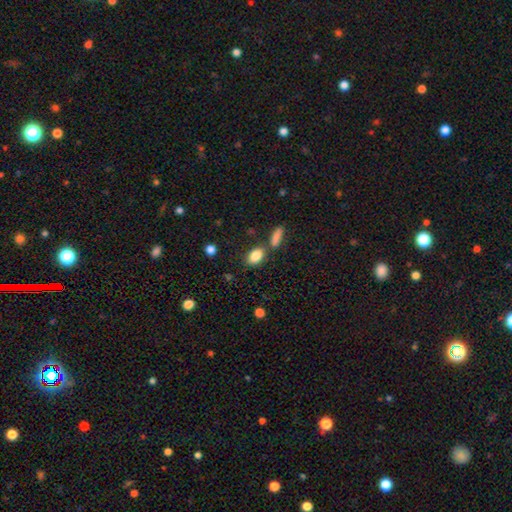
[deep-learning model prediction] smooth_or_featured: smooth (p=0.85) [alt: star or artifact p=0.08]
how_rounded: in between (p=0.83) [alt: round p=0.13]
merging: none (p=0.68) [alt: merger p=0.16]